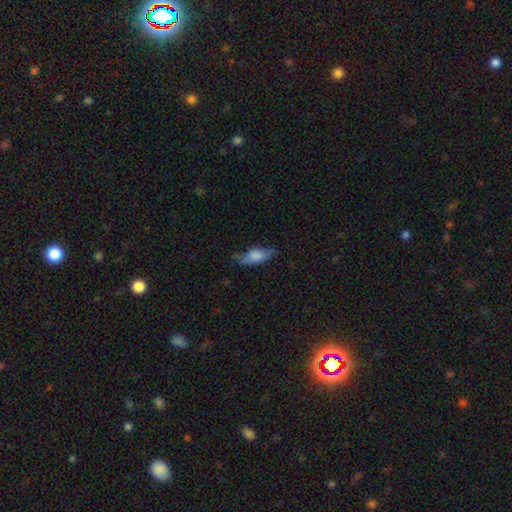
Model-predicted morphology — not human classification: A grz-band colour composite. It shows a smooth galaxy with no disk features (63%) that is in between round and cigar-shaped (68%). Merging: none (61%).